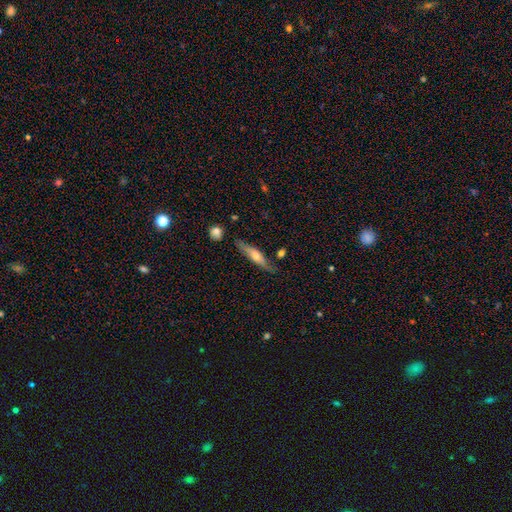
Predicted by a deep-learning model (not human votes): Smooth or featured: featured or disk — 50% (smooth — 44%)
Edge-on disk: yes — 84% (no — 16%)
Merging: none — 73% (minor disturbance — 19%)